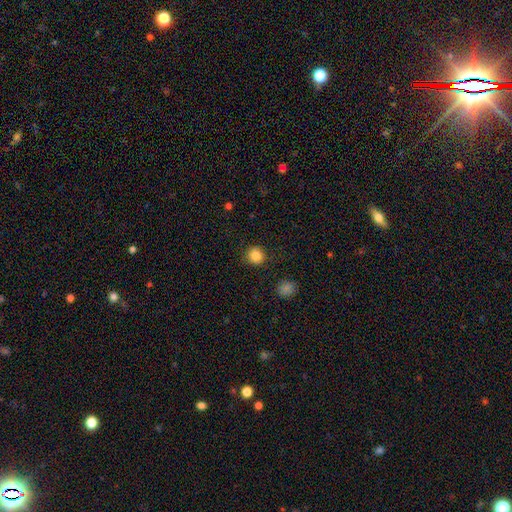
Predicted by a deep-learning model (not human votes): smooth_or_featured: smooth (p=0.85) [alt: star or artifact p=0.11]
how_rounded: round (p=0.92) [alt: in between p=0.07]
merging: none (p=0.87) [alt: minor disturbance p=0.08]